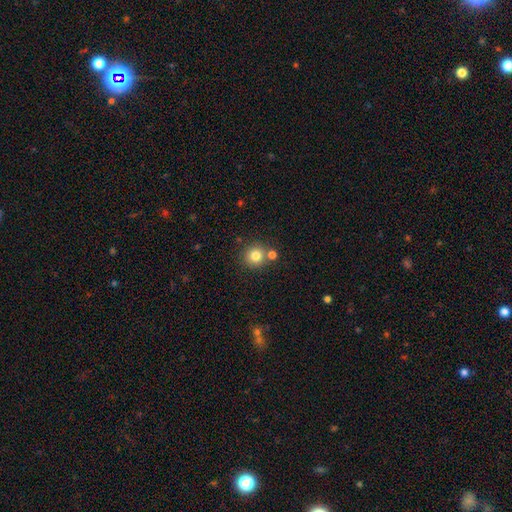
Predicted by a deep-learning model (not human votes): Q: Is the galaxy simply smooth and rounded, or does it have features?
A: smooth — 81%.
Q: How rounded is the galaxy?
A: round — 93%.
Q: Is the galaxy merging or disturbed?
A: none — 74%.